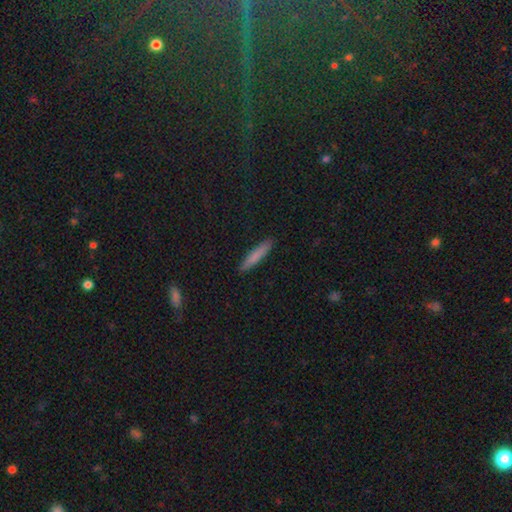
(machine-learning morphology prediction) smooth-or-featured: smooth: 80% | featured or disk: 14% | star or artifact: 6%
  how-rounded: cigar-shaped: 92% | in between: 7% | round: 1%
  merging: none: 90% | minor disturbance: 7% | major disturbance: 1% | merger: 1%